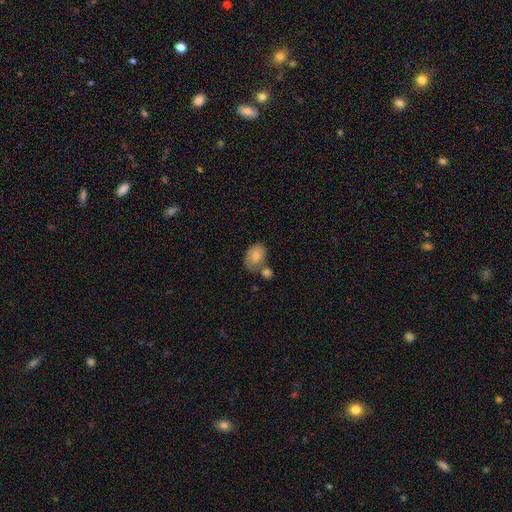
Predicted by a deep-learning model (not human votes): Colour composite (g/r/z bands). It shows a smooth galaxy with no disk features (79%) that is in between round and cigar-shaped (76%). Merging: none (42%).